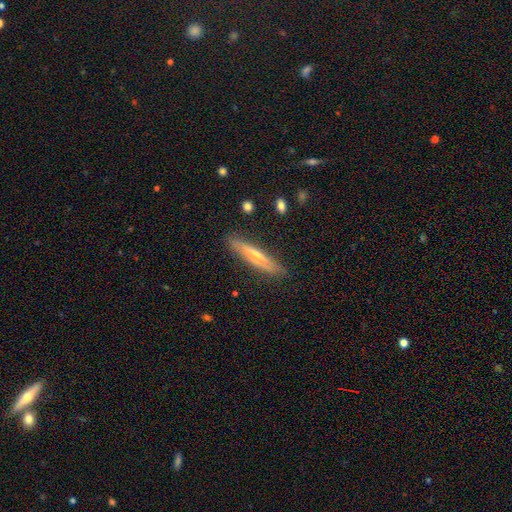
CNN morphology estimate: Smooth or featured? Predicted: featured or disk (p=0.56). Edge-on disk? Predicted: yes (p=0.90). Edge-on bulge? Predicted: rounded (p=0.77). Merging? Predicted: none (p=0.87).